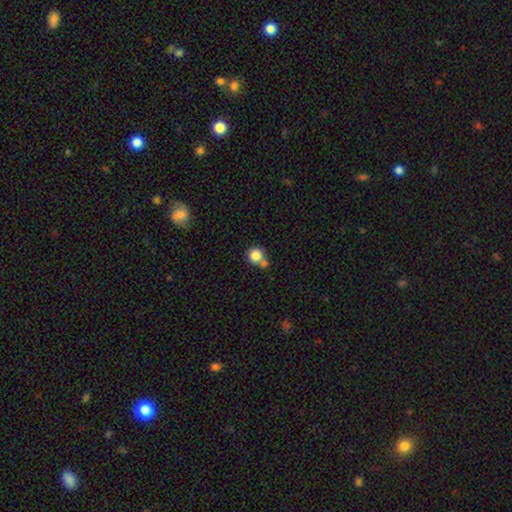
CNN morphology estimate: smooth_or_featured: smooth (p=0.83) [alt: star or artifact p=0.10]
how_rounded: round (p=0.92) [alt: in between p=0.07]
merging: none (p=0.53) [alt: merger p=0.33]